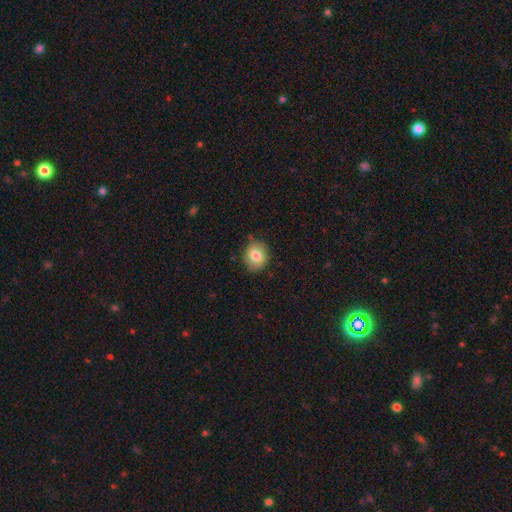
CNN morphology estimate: smooth_or_featured: smooth (p=0.80) [alt: featured or disk p=0.11]
how_rounded: round (p=0.68) [alt: in between p=0.31]
merging: none (p=0.83) [alt: minor disturbance p=0.13]